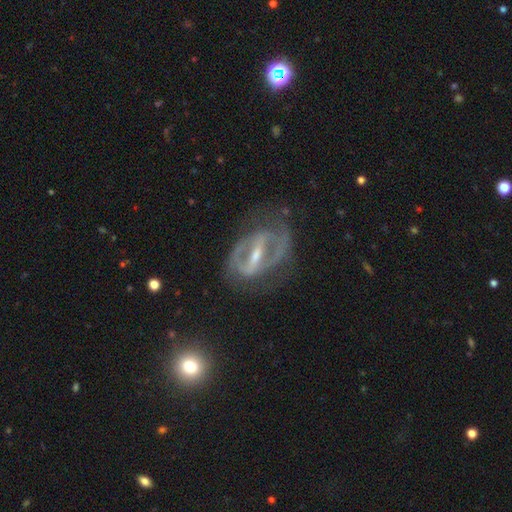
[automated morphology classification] Smooth or featured? Predicted: featured or disk (p=0.84). Edge-on disk? Predicted: no (p=0.89). Bar? Predicted: strong (p=0.77). Spiral arms? Predicted: yes (p=0.60). Bulge size? Predicted: small (p=0.51). Merging? Predicted: none (p=0.59).